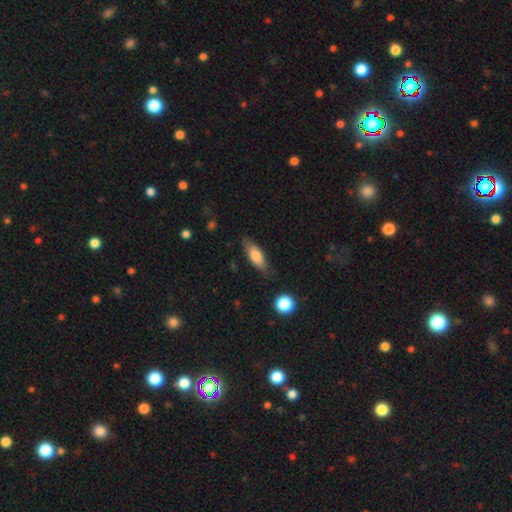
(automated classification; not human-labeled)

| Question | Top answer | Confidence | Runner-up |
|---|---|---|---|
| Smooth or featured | smooth | 71% | featured or disk (22%) |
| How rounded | in between | 63% | cigar-shaped (34%) |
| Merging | none | 78% | minor disturbance (17%) |